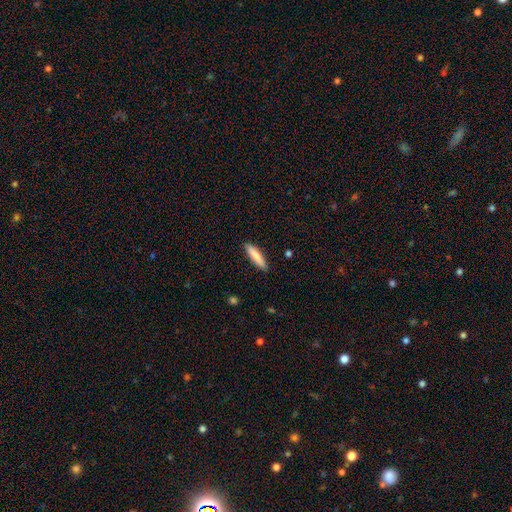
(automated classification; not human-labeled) Q: Smooth or featured?
A: smooth (85%); runner-up: featured or disk (9%)
Q: How rounded?
A: cigar-shaped (78%); runner-up: in between (21%)
Q: Merging?
A: none (87%); runner-up: minor disturbance (10%)